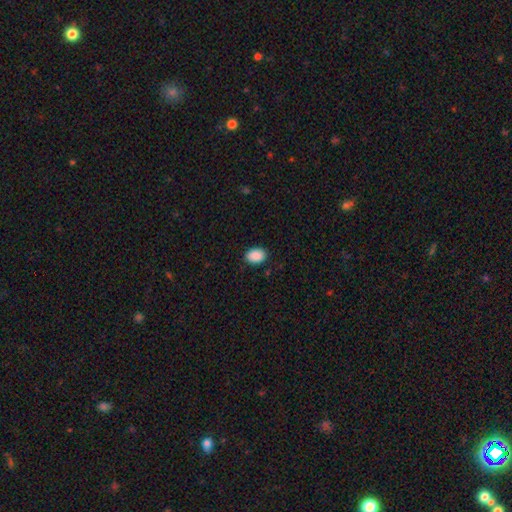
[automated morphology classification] A smooth galaxy with no disk features (90%) that is in between round and cigar-shaped (77%). Merging: none (88%).